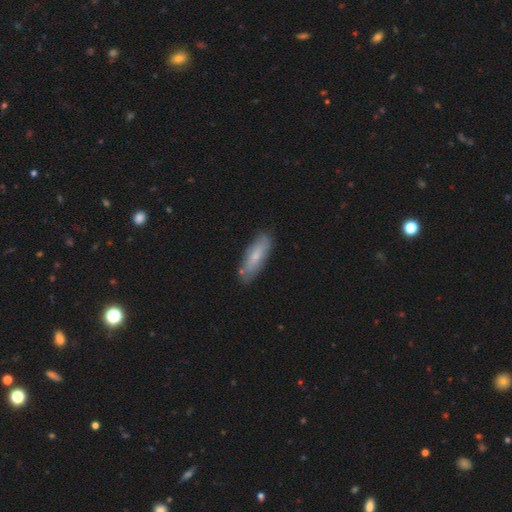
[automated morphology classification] smooth_or_featured: smooth (p=0.65) [alt: featured or disk p=0.29]
how_rounded: in between (p=0.54) [alt: cigar-shaped p=0.45]
merging: none (p=0.78) [alt: minor disturbance p=0.17]